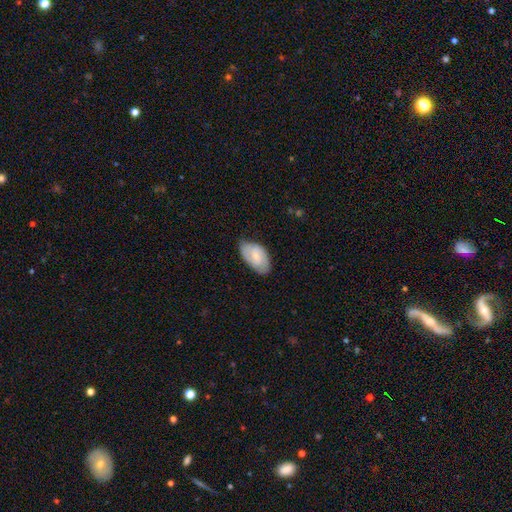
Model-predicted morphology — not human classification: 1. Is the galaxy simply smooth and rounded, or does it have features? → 53% smooth, 41% featured or disk, 6% star or artifact.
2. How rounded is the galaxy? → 93% in between, 4% round, 2% cigar-shaped.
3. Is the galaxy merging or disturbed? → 69% none, 26% minor disturbance, 5% major disturbance, 1% merger.